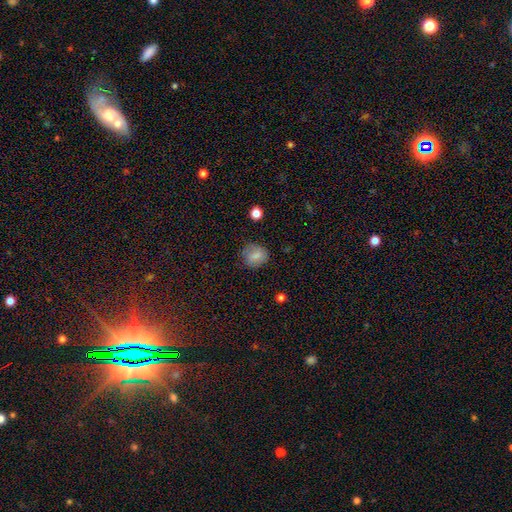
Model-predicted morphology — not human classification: The model was most divided on "how rounded": round: 75%, in between: 24%, cigar-shaped: 1%. More confident: smooth or featured — smooth (79%); merging — none (76%).